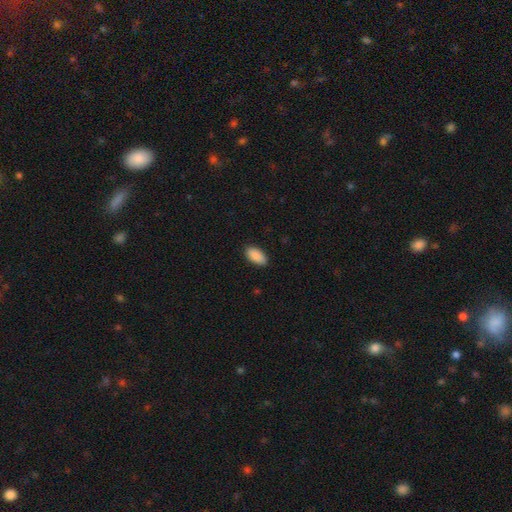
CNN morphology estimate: This appears to be a smooth galaxy with no disk features (90%) that is in between round and cigar-shaped (95%). Merging: none (89%).